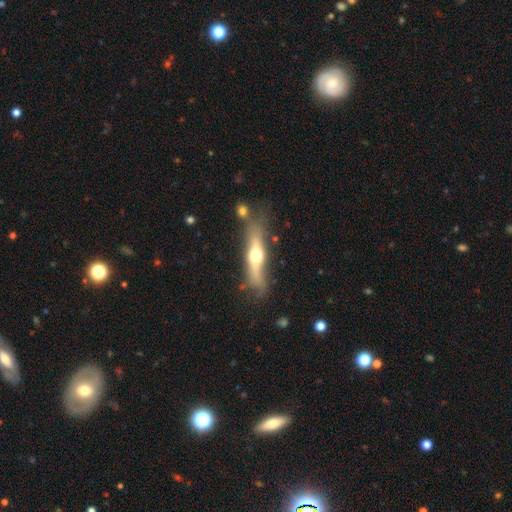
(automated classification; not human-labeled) Overall: featured or disk (57%; smooth 38%). Edge-on disk: yes (85%). Merging: none (66%).